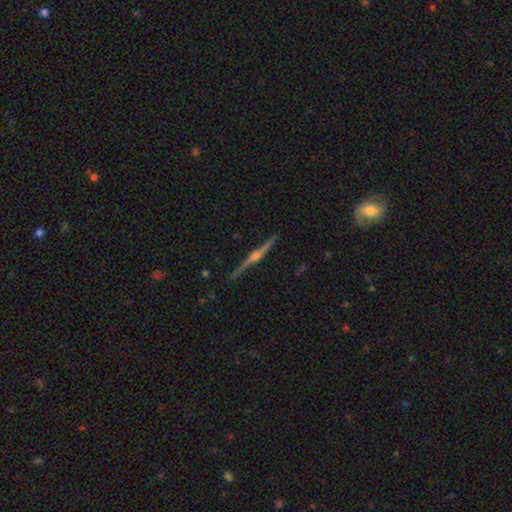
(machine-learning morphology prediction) Q: Smooth or featured?
A: featured or disk (87%); runner-up: smooth (7%)
Q: Edge-on disk?
A: yes (98%); runner-up: no (2%)
Q: Edge-on bulge?
A: rounded (92%); runner-up: boxy (4%)
Q: Merging?
A: none (91%); runner-up: minor disturbance (7%)